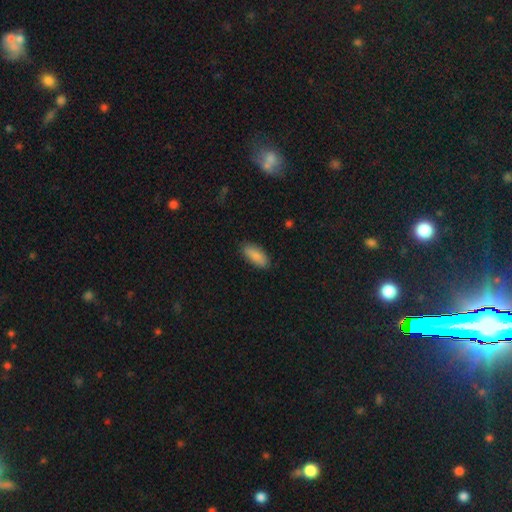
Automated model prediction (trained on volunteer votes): A smooth galaxy with no disk features (86%) that is in between round and cigar-shaped (81%). Merging: none (85%).